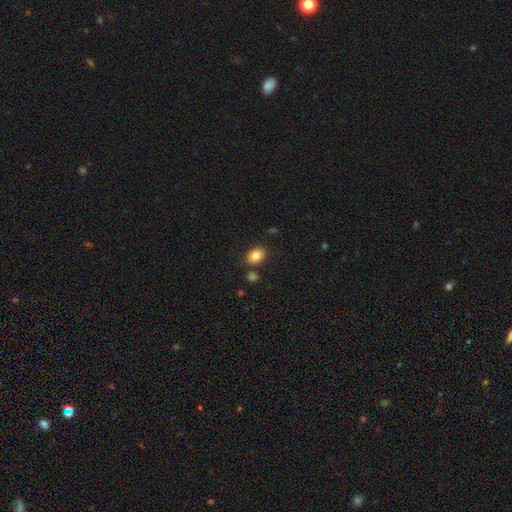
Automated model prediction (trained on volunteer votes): This is clearly a smooth galaxy (86%). How rounded: likely in between (71%). Merging: likely none (79%).